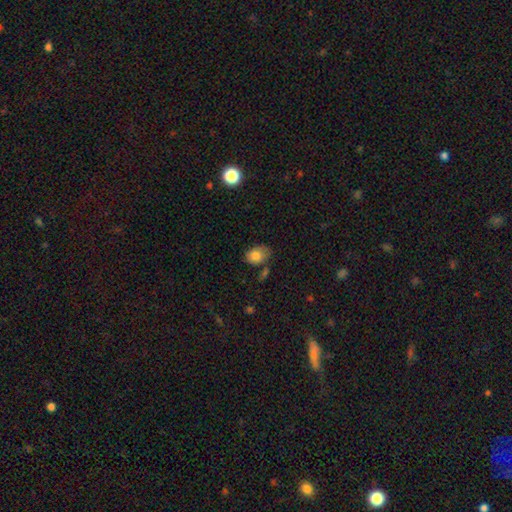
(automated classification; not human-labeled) smooth 80%, featured or disk 11%, star or artifact 9%. Down the decision tree: how rounded — in between (76%); merging — none (61%).